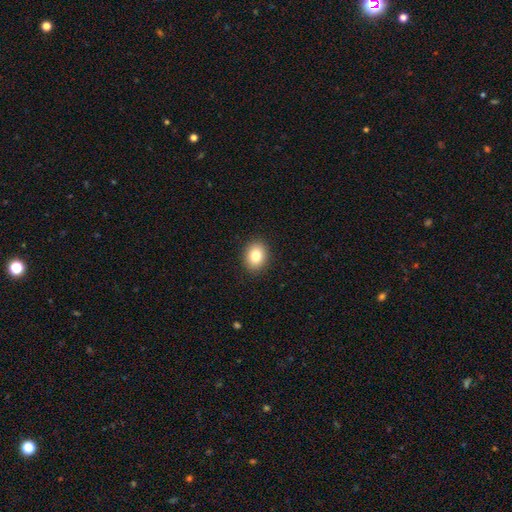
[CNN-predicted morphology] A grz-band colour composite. It shows a smooth galaxy with no disk features (83%) that is in between round and cigar-shaped (55%). Merging: none (90%).